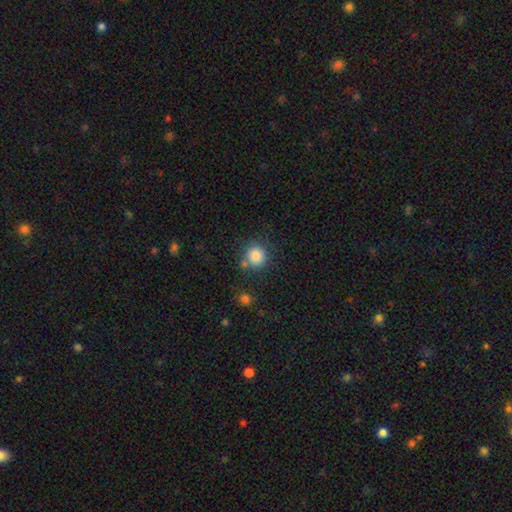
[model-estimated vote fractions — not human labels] Overall: smooth (85%). How rounded: round (90%). Merging: none (74%).